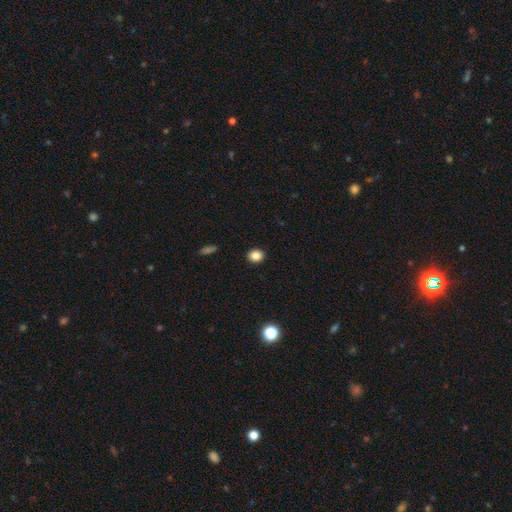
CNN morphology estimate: Smooth or featured? Predicted: smooth (p=0.85). How rounded? Predicted: round (p=0.64). Merging? Predicted: none (p=0.91).